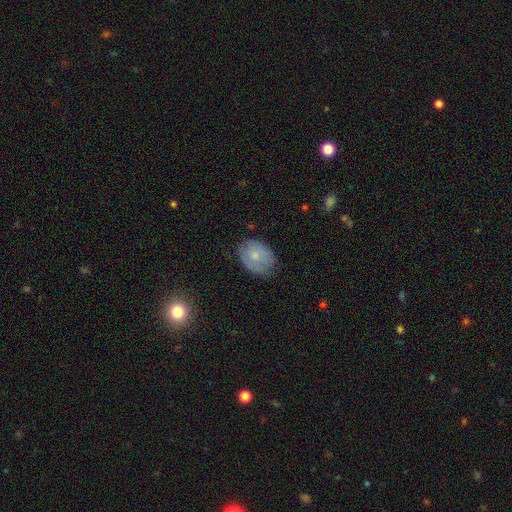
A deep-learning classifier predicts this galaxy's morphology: Q: Smooth or featured?
A: smooth (69%); runner-up: featured or disk (24%)
Q: How rounded?
A: in between (66%); runner-up: round (33%)
Q: Merging?
A: none (68%); runner-up: minor disturbance (25%)